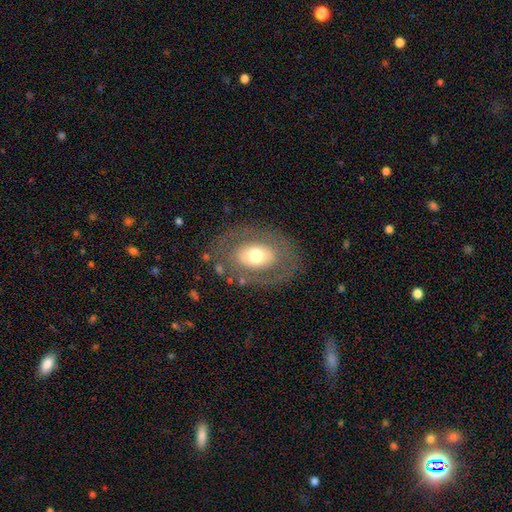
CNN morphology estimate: Overall: smooth (48%; featured or disk 45%). Merging: none (78%).